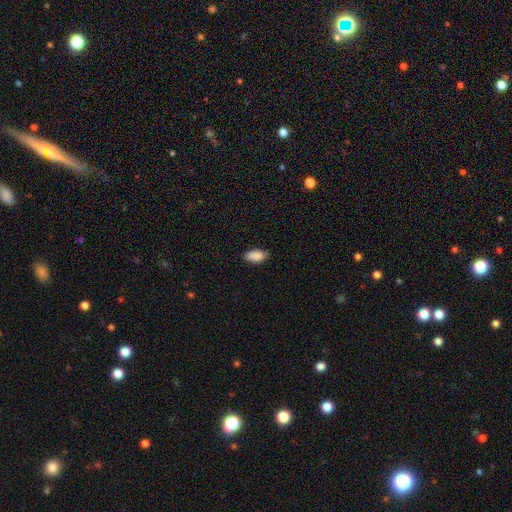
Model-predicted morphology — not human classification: This is clearly a smooth galaxy (90%). How rounded: clearly in between (94%). Merging: clearly none (84%).